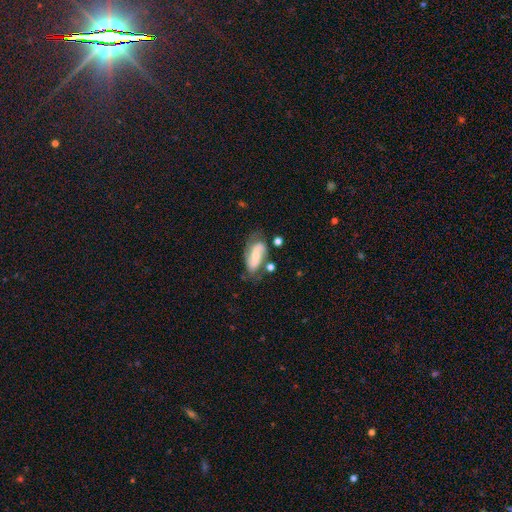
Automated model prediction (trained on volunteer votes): This appears to be a featured or disk galaxy (62%) with no bar (46%), 2 (83%) loose (40%, tied with medium) spiral arms (89%) and a small central bulge (51%). Merging: none (58%).